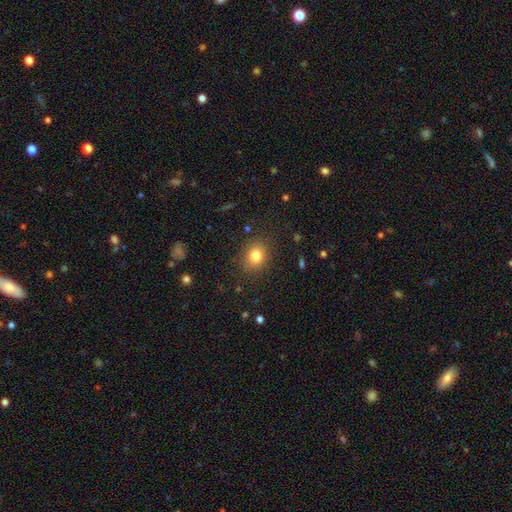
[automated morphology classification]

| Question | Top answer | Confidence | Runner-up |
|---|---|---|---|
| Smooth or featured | smooth | 81% | star or artifact (12%) |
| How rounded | round | 60% | in between (39%) |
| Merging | none | 85% | minor disturbance (10%) |